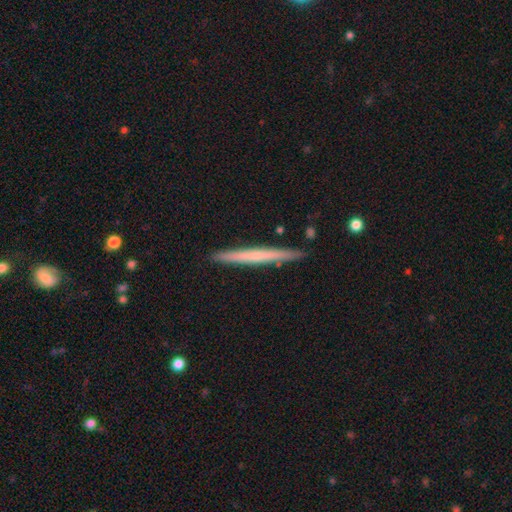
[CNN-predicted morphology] smooth 50%, featured or disk 44%, star or artifact 6%. Down the decision tree: how rounded — cigar-shaped (97%); merging — none (91%).